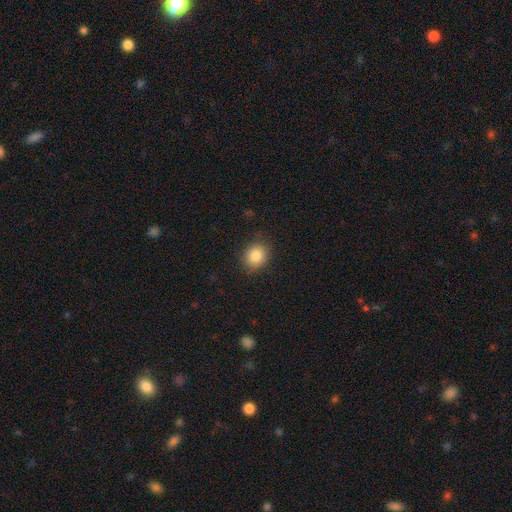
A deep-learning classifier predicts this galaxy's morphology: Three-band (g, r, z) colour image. It shows a smooth galaxy with no disk features (85%) that is round (63%). Merging: none (84%).